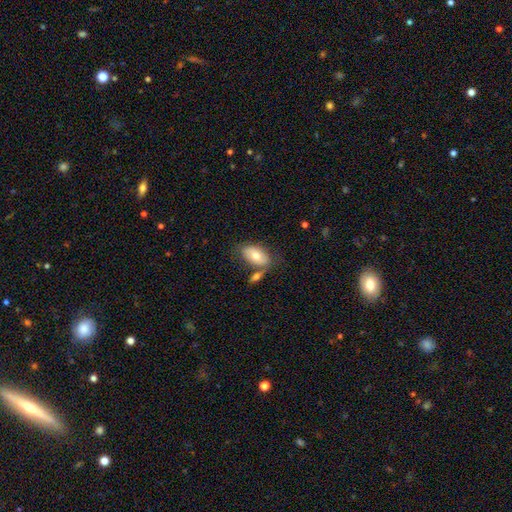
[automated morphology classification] smooth_or_featured: smooth (p=0.70) [alt: featured or disk p=0.24]
how_rounded: in between (p=0.92) [alt: round p=0.05]
merging: none (p=0.54) [alt: merger p=0.24]